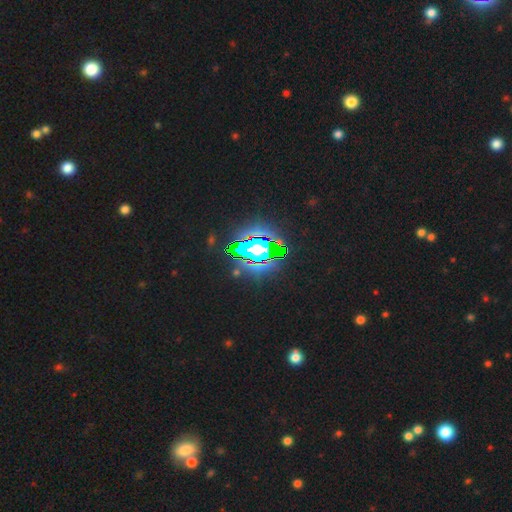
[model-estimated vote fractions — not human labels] smooth-or-featured: star or artifact: 85% | smooth: 8% | featured or disk: 7%